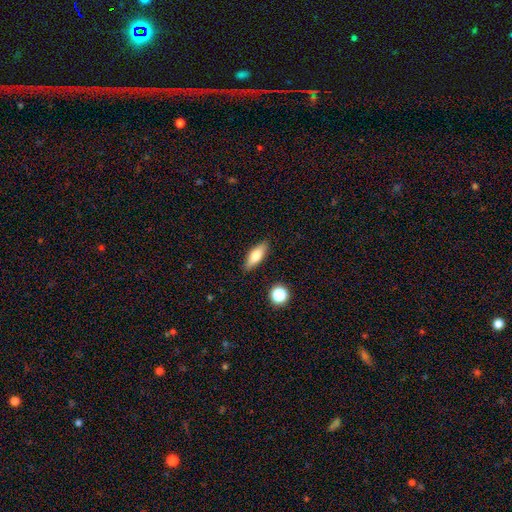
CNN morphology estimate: Smooth or featured?
  - smooth: 69% *
  - featured or disk: 23%
  - star or artifact: 7%
How rounded?
  - in between: 63% *
  - cigar-shaped: 33%
  - round: 4%
Merging?
  - none: 88% *
  - minor disturbance: 9%
  - major disturbance: 2%
  - merger: 2%